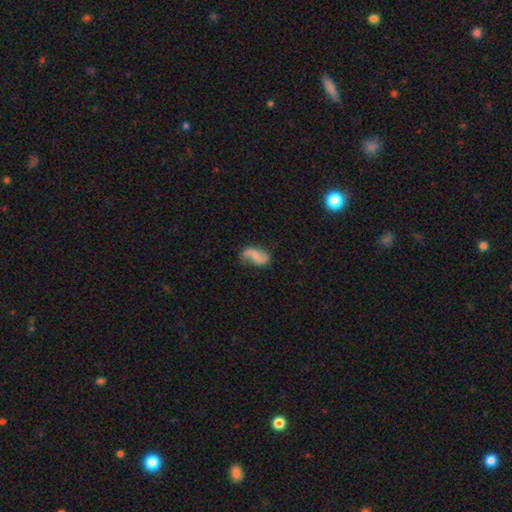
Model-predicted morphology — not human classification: Smooth or featured? featured or disk (47%)
Merging? none (55%)